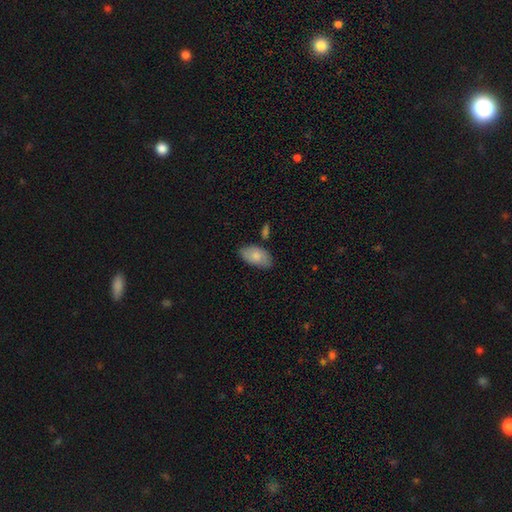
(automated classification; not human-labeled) This appears to be a smooth galaxy with no disk features (79%) that is in between round and cigar-shaped (94%). Merging: none (70%).